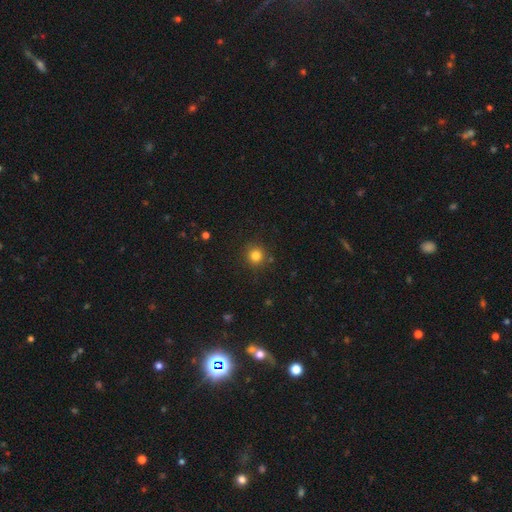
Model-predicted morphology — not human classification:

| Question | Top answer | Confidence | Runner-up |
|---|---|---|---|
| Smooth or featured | smooth | 81% | star or artifact (13%) |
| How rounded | round | 93% | in between (6%) |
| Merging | none | 88% | minor disturbance (7%) |